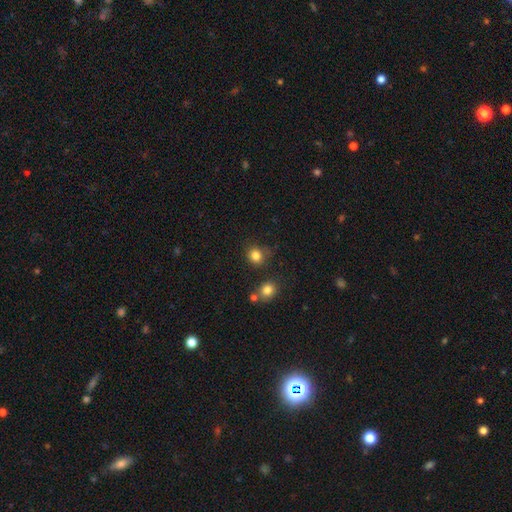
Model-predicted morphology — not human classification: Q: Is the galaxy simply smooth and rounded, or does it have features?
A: smooth — 83%.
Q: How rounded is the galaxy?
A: round — 79%.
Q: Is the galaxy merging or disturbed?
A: none — 74%.